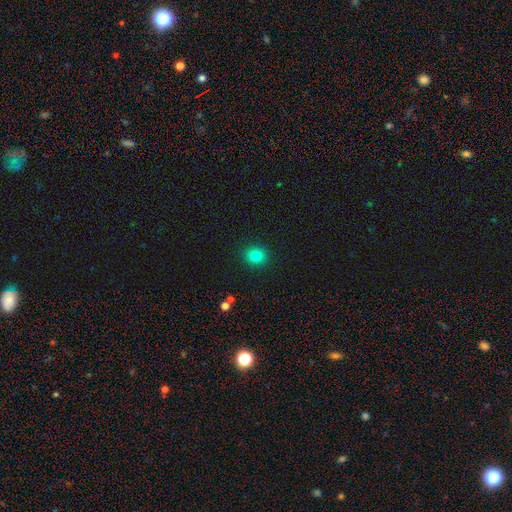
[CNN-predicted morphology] This is clearly a smooth galaxy (81%). How rounded: clearly round (82%). Merging: clearly none (92%).